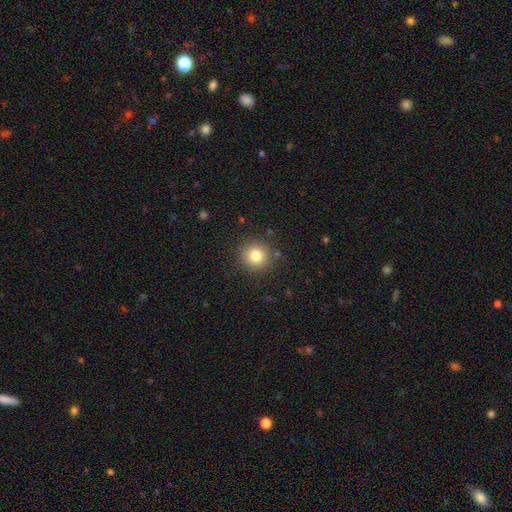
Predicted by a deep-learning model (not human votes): Q: Smooth or featured?
A: smooth (80%); runner-up: star or artifact (12%)
Q: How rounded?
A: round (93%); runner-up: in between (6%)
Q: Merging?
A: none (88%); runner-up: minor disturbance (7%)